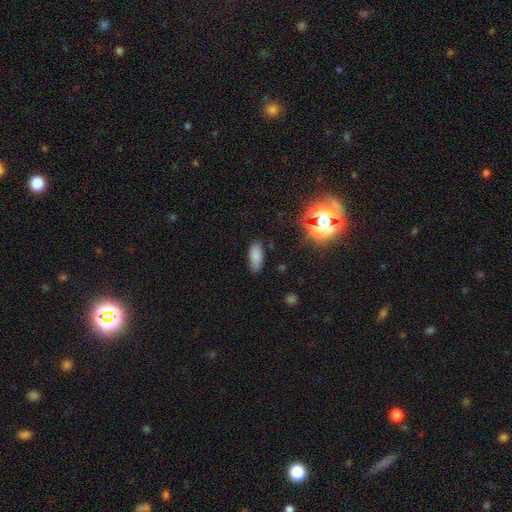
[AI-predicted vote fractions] This appears to be a smooth galaxy with no disk features (81%) that is in between round and cigar-shaped (83%). Merging: none (77%).